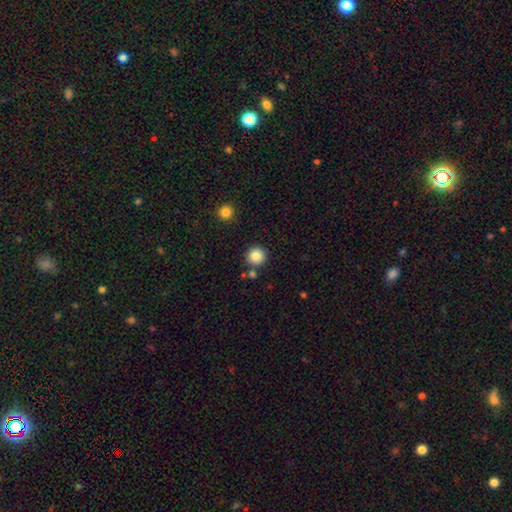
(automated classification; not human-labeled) Smooth or featured: smooth — 85% (star or artifact — 10%)
How rounded: round — 95% (in between — 5%)
Merging: none — 85% (minor disturbance — 7%)